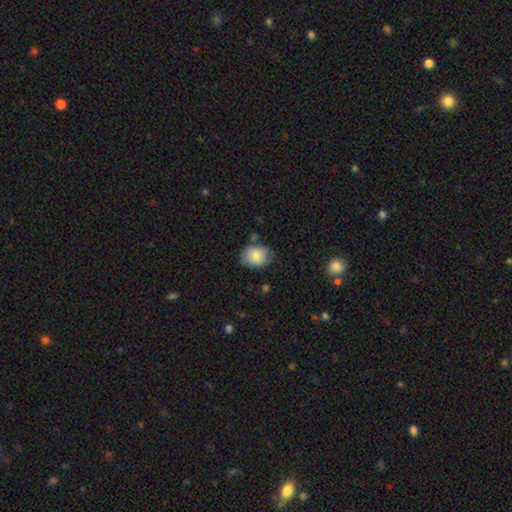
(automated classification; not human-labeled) smooth-or-featured: smooth: 80% | featured or disk: 13% | star or artifact: 7%
  how-rounded: in between: 60% | round: 39% | cigar-shaped: 1%
  merging: none: 63% | minor disturbance: 28% | major disturbance: 6% | merger: 4%